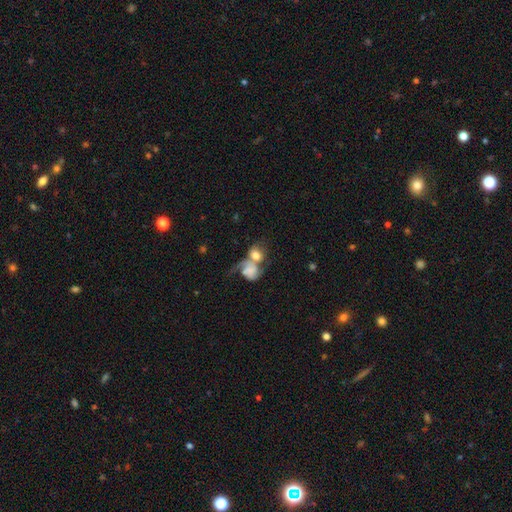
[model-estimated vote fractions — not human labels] Q: Smooth or featured?
A: smooth (58%); runner-up: featured or disk (33%)
Q: How rounded?
A: round (55%); runner-up: in between (43%)
Q: Merging?
A: merger (62%); runner-up: none (16%)